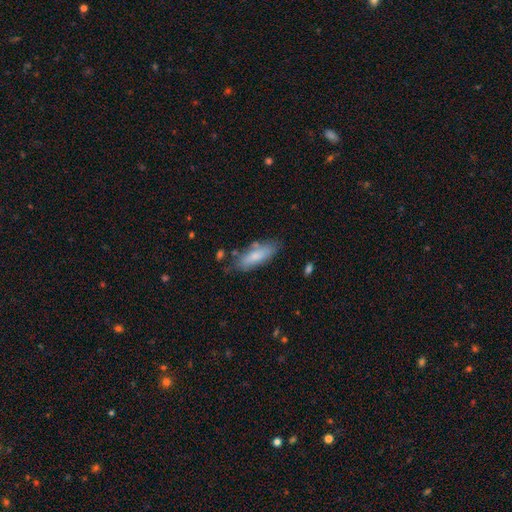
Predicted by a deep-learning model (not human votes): This appears to be a smooth galaxy with no disk features (74%) that is in between round and cigar-shaped (60%). Merging: none (70%).